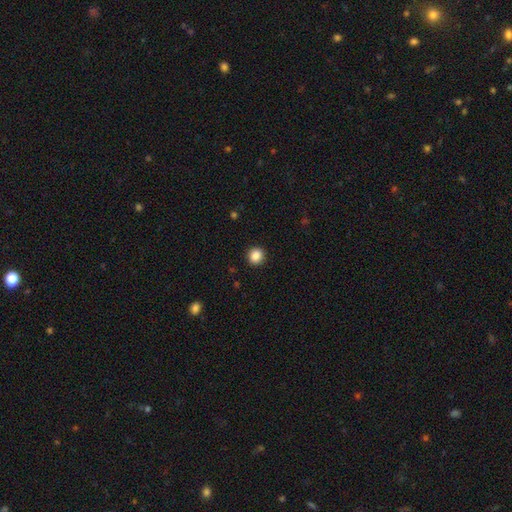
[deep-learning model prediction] Smooth or featured?
  - smooth: 88% *
  - star or artifact: 10%
  - featured or disk: 3%
How rounded?
  - round: 89% *
  - in between: 10%
  - cigar-shaped: 1%
Merging?
  - none: 92% *
  - minor disturbance: 5%
  - major disturbance: 2%
  - merger: 1%